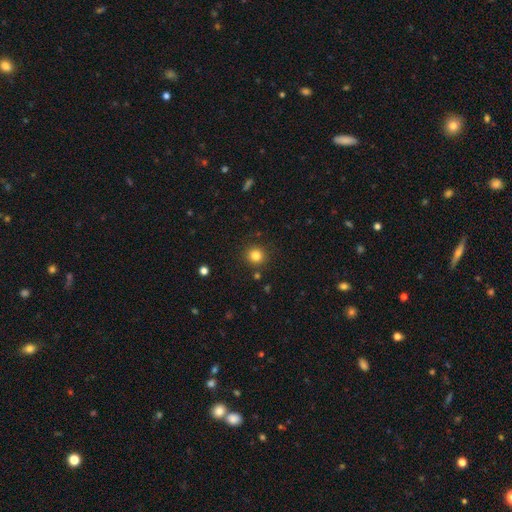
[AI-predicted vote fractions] A smooth galaxy with no disk features (82%) that is round (92%). Merging: none (89%).